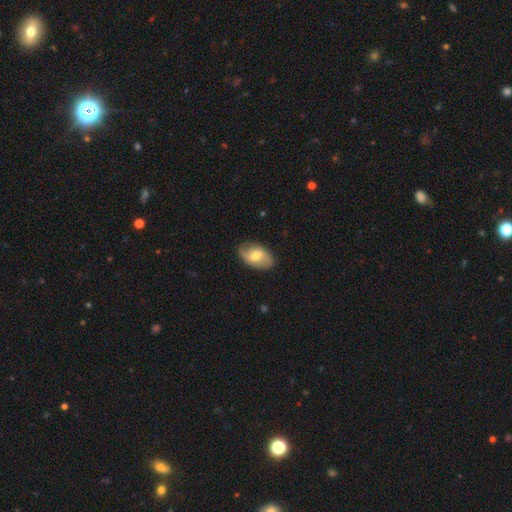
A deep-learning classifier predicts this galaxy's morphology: Smooth or featured: smooth — 53% (featured or disk — 40%)
How rounded: in between — 89% (round — 9%)
Merging: none — 80% (minor disturbance — 16%)